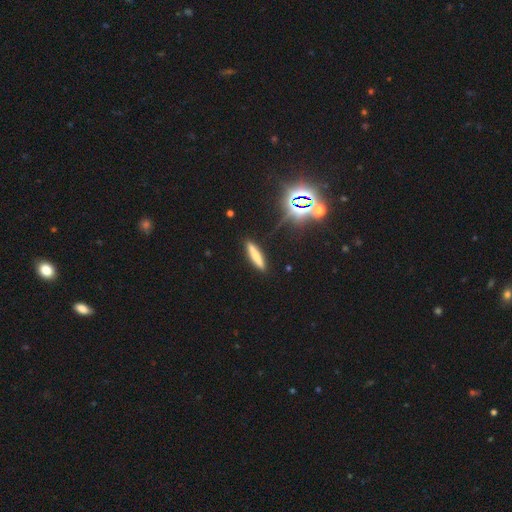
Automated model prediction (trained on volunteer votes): Smooth or featured? smooth (66%)
How rounded? cigar-shaped (86%)
Merging? none (89%)